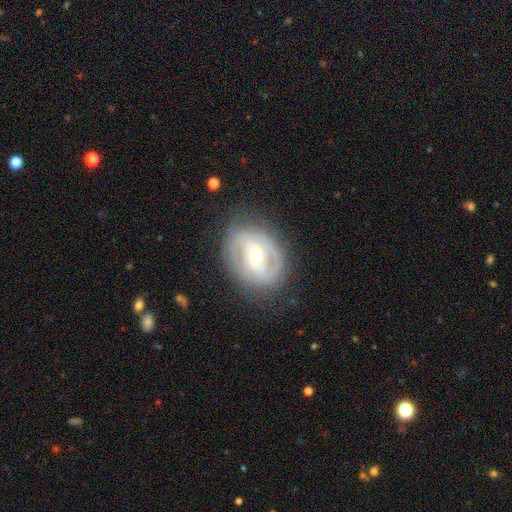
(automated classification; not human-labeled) Smooth or featured?
  - featured or disk: 80% *
  - smooth: 14%
  - star or artifact: 6%
Edge-on disk?
  - no: 96% *
  - yes: 4%
Bar?
  - weak: 41% * (tied)
  - no: 41% * (tied)
  - strong: 18%
Spiral arms?
  - yes: 83% *
  - no: 17%
Spiral winding?
  - tight: 60% *
  - medium: 30%
  - loose: 10%
Spiral arm count?
  - 2: 53% *
  - can't tell: 26%
  - 3: 11%
  - 1: 5%
  - 4: 3%
  - more than 4: 2%
Bulge size?
  - moderate: 55% *
  - small: 40%
  - large: 2%
  - none: 1%
  - dominant: 1%
Merging?
  - none: 76% *
  - minor disturbance: 16%
  - major disturbance: 7%
  - merger: 1%